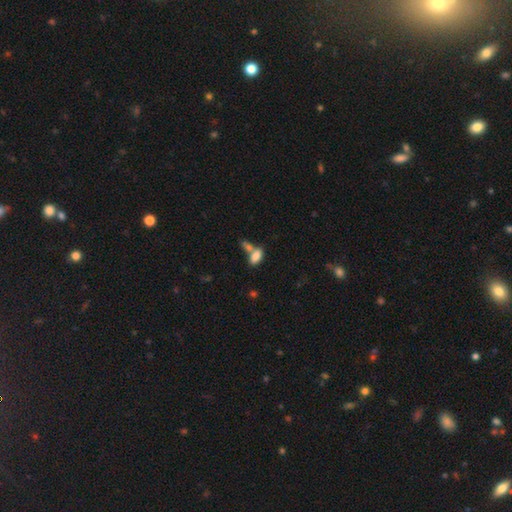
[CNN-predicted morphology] Smooth or featured? smooth (82%)
How rounded? in between (90%)
Merging? merger (51%)